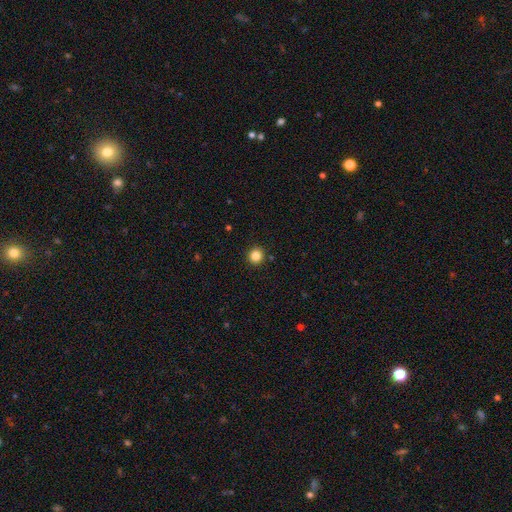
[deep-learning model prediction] Morphology: type=smooth (85%); roundness=round (95%); merging=none (92%).